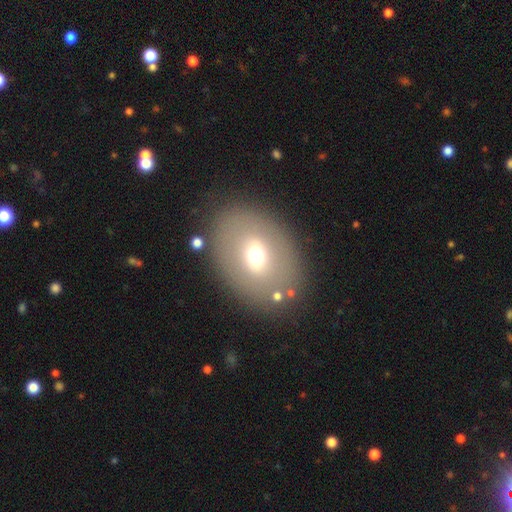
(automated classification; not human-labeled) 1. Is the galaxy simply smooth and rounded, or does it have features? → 55% smooth, 34% featured or disk, 10% star or artifact.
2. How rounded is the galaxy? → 73% in between, 26% round, 1% cigar-shaped.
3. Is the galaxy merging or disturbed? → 81% none, 10% minor disturbance, 5% major disturbance, 3% merger.